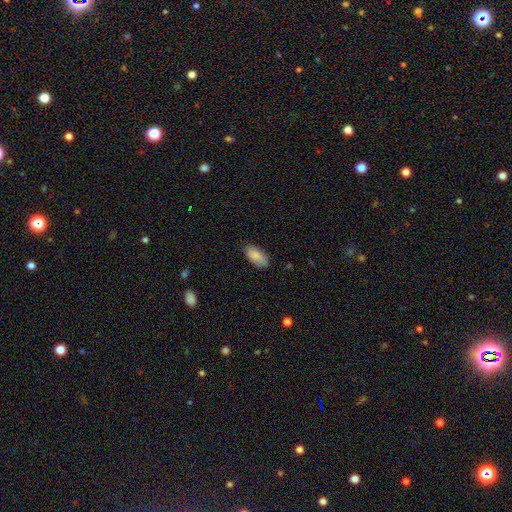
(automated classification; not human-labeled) smooth 88%, featured or disk 6%, star or artifact 6%. Down the decision tree: how rounded — in between (92%); merging — none (84%).